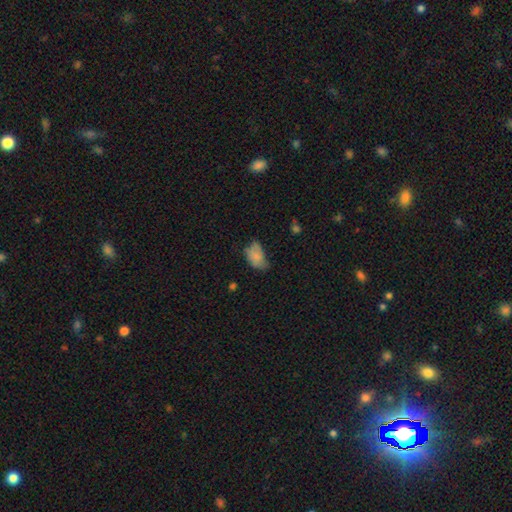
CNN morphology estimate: A smooth galaxy with no disk features (75%) that is in between round and cigar-shaped (90%). Merging: minor disturbance (41%).